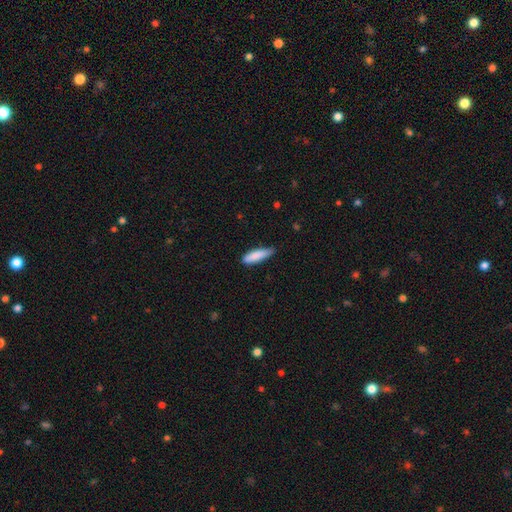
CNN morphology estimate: Smooth or featured? Predicted: smooth (p=0.85). How rounded? Predicted: cigar-shaped (p=0.60). Merging? Predicted: none (p=0.69).